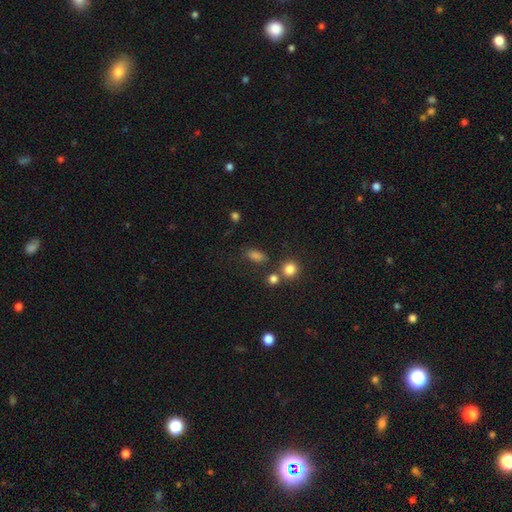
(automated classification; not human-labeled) Overall: smooth (75%). How rounded: in between (75%). Merging: none (68%).